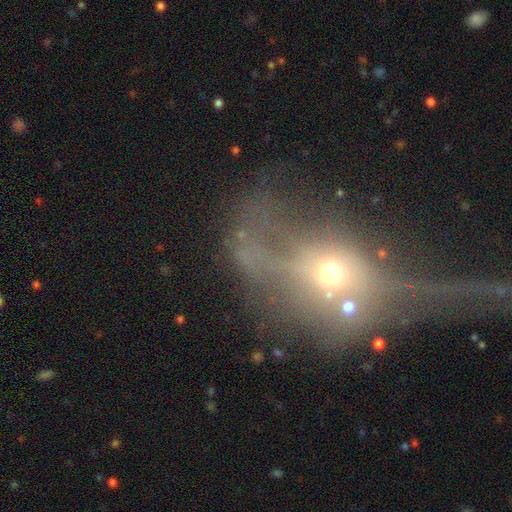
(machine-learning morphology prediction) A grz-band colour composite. It shows a featured or disk galaxy (43%). Merging: major disturbance (43%).